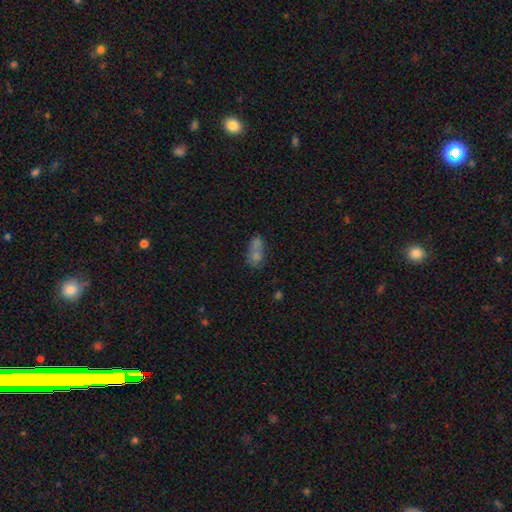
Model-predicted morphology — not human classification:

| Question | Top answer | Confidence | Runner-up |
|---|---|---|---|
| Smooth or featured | smooth | 64% | featured or disk (21%) |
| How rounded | in between | 77% | round (16%) |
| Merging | merger | 39% | none (35%) |